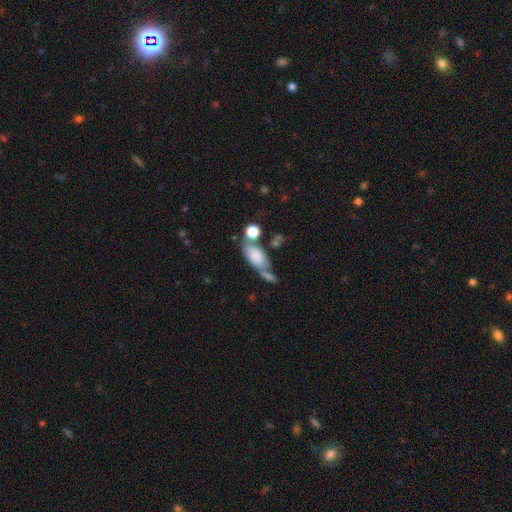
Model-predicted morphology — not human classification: smooth_or_featured: smooth (p=0.79) [alt: featured or disk p=0.14]
how_rounded: in between (p=0.85) [alt: round p=0.07]
merging: none (p=0.41) [alt: merger p=0.34]